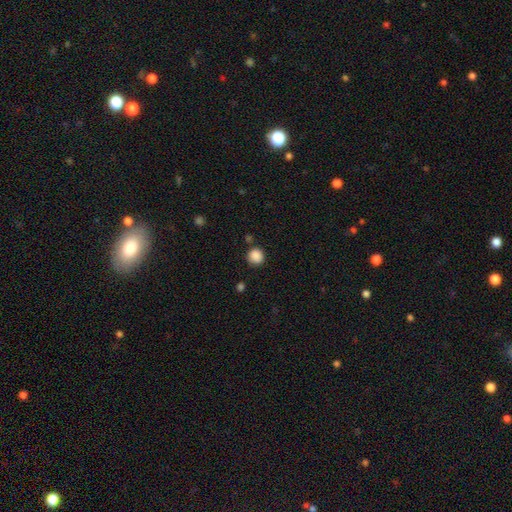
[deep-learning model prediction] A smooth galaxy with no disk features (88%) that is round (91%). Merging: none (84%).